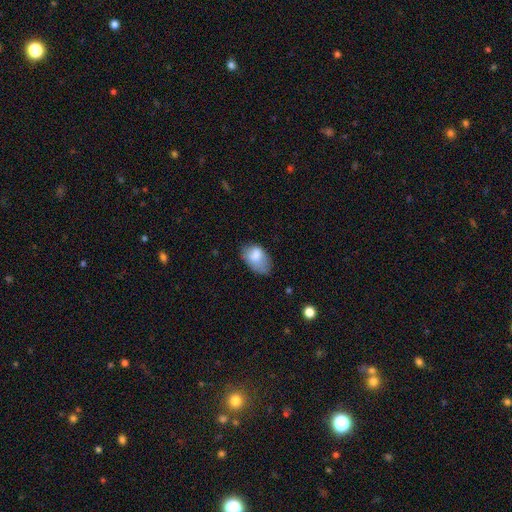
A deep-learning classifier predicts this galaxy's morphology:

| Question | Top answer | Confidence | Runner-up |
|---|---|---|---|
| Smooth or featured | smooth | 77% | featured or disk (15%) |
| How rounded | in between | 89% | round (10%) |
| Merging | none | 43% | minor disturbance (39%) |